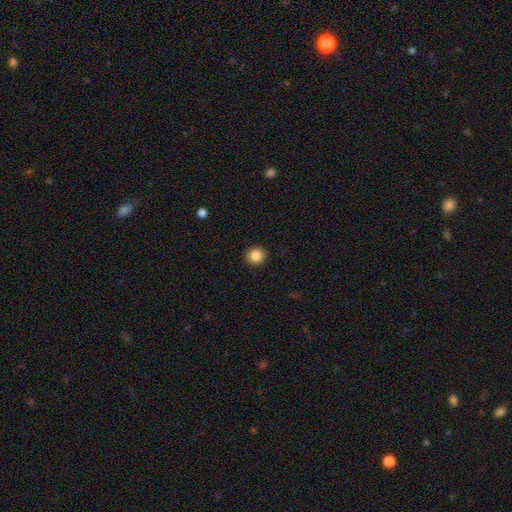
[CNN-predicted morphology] type=smooth (84%); roundness=round (82%); merging=none (92%).